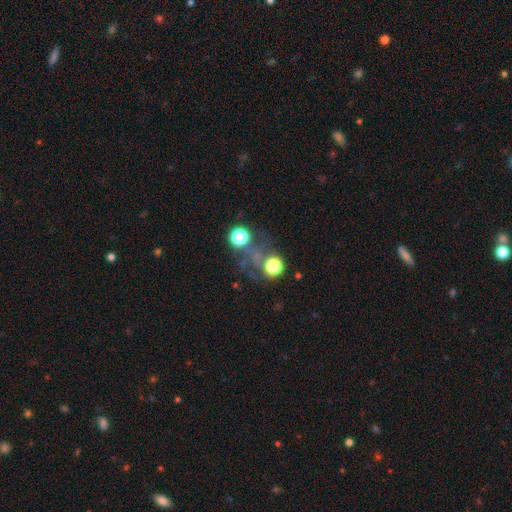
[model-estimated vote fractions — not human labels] smooth-or-featured: star or artifact: 43% | smooth: 42% | featured or disk: 15%